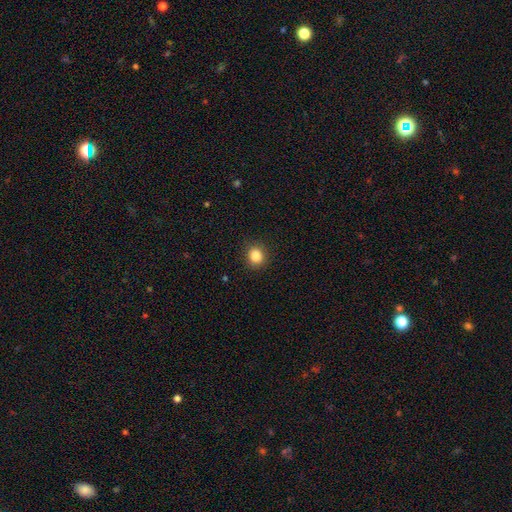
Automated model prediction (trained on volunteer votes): This is clearly a smooth galaxy (85%). How rounded: clearly round (80%). Merging: clearly none (89%).